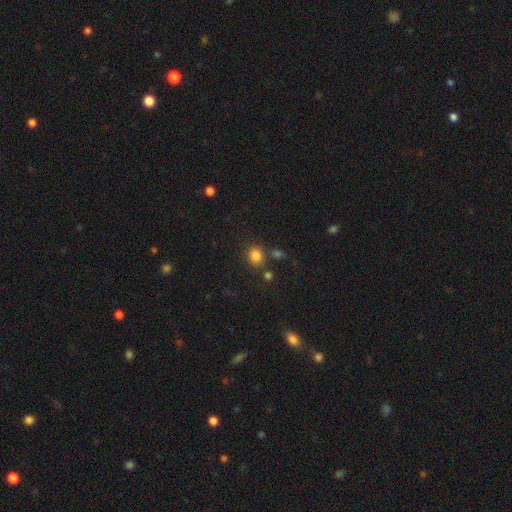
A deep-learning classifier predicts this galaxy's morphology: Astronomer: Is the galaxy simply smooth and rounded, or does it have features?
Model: smooth — 83%.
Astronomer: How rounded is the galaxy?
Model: round — 68%.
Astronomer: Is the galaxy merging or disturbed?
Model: none — 75%.